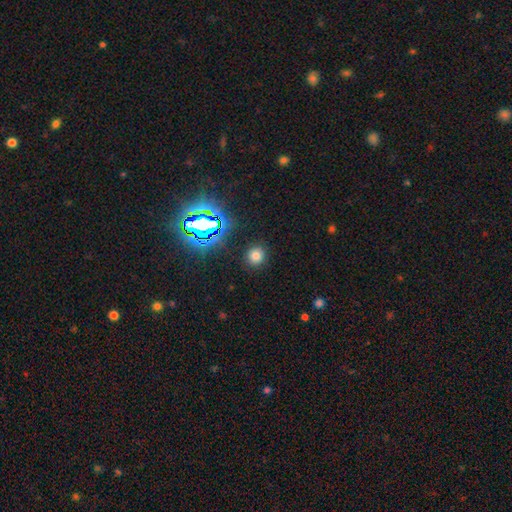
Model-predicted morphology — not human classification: Smooth or featured? smooth (71%)
How rounded? round (87%)
Merging? none (89%)